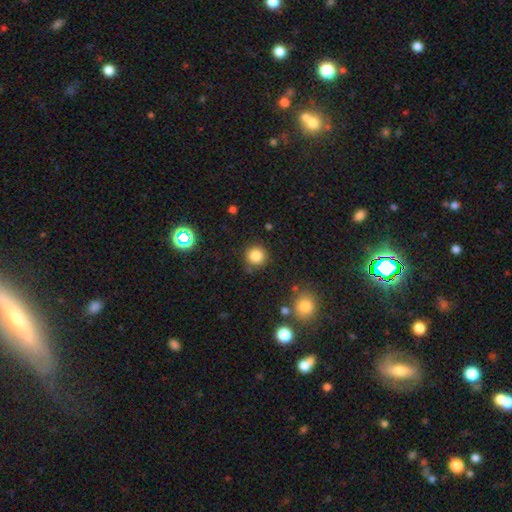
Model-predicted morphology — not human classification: Smooth or featured? smooth (82%)
How rounded? round (94%)
Merging? none (85%)